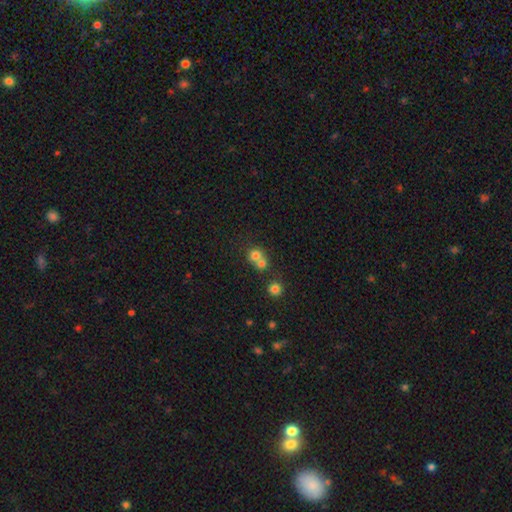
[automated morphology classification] The model was most divided on "merging": merger: 56%, none: 35%, minor disturbance: 6%, major disturbance: 3%. More confident: how rounded — round (81%); smooth or featured — smooth (73%).